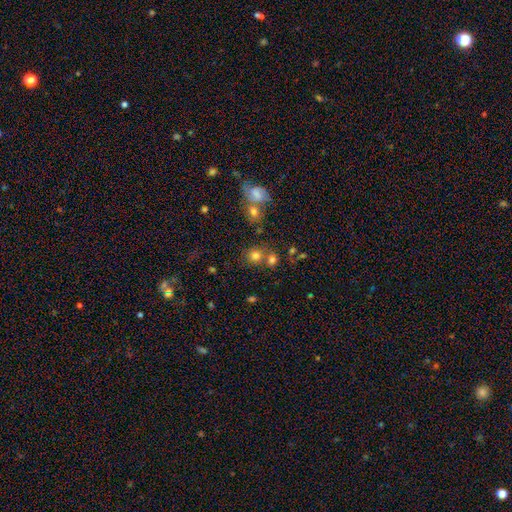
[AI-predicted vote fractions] Overall: smooth (75%). How rounded: round (84%). Merging: none (60%; merger 26%).